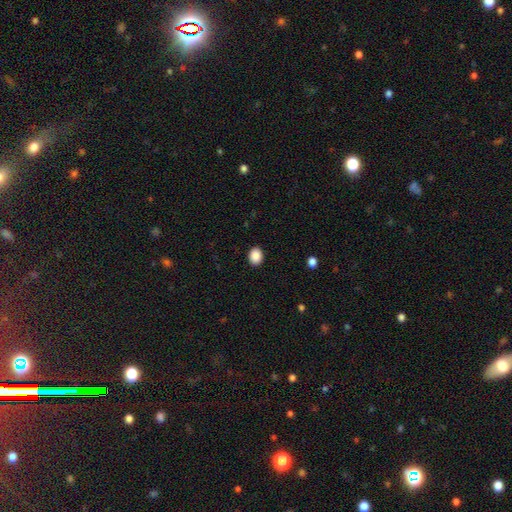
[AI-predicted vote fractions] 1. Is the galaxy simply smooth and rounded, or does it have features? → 89% smooth, 8% star or artifact, 3% featured or disk.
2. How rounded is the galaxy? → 57% in between, 42% round, 1% cigar-shaped.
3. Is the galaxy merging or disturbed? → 91% none, 7% minor disturbance, 2% major disturbance, 1% merger.